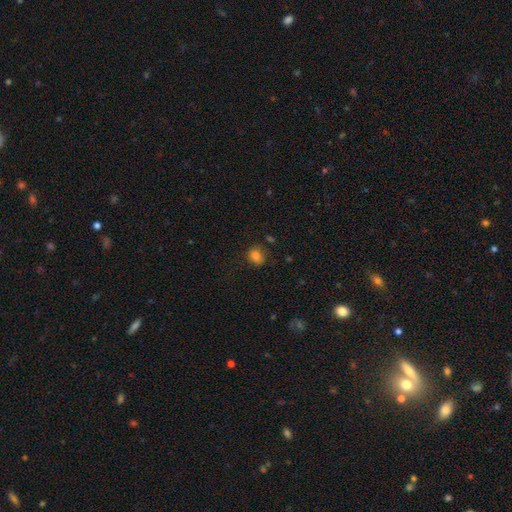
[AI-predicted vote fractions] This is clearly a smooth galaxy (82%). How rounded: possibly round (51%). Merging: likely none (73%).